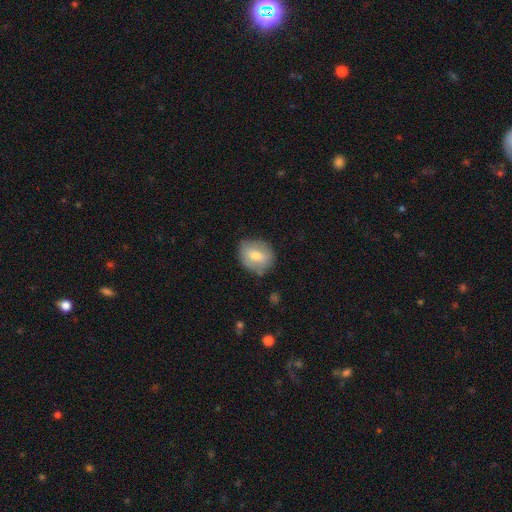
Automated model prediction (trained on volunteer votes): Smooth or featured?
  - smooth: 64% *
  - featured or disk: 29%
  - star or artifact: 7%
How rounded?
  - round: 64% *
  - in between: 35%
  - cigar-shaped: 1%
Merging?
  - none: 73% *
  - minor disturbance: 20%
  - major disturbance: 5%
  - merger: 2%